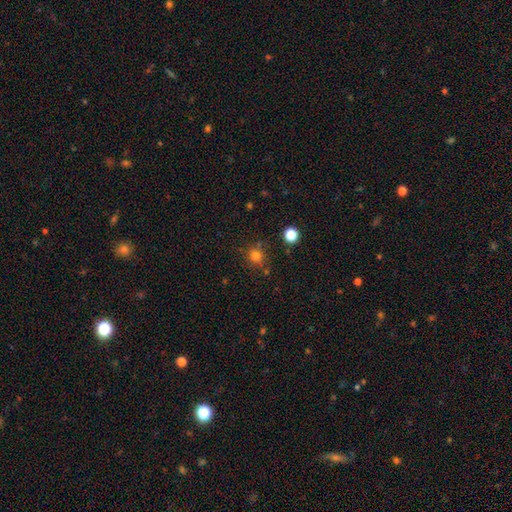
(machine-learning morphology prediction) smooth_or_featured: smooth (p=0.77) [alt: star or artifact p=0.17]
how_rounded: round (p=0.88) [alt: in between p=0.11]
merging: none (p=0.76) [alt: minor disturbance p=0.12]